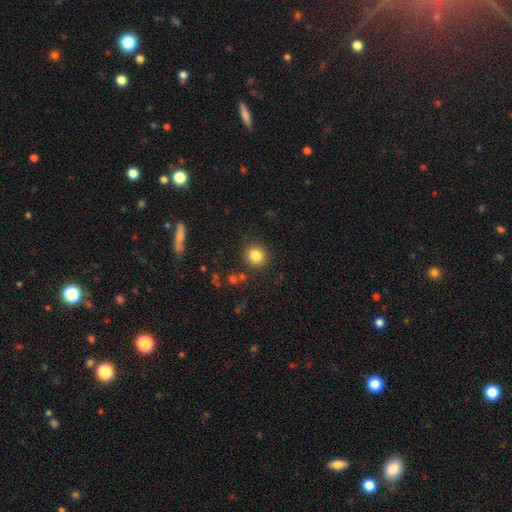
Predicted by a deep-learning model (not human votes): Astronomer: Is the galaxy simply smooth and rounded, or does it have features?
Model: smooth — 83%.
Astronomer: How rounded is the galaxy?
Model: round — 88%.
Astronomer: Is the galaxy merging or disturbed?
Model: none — 87%.